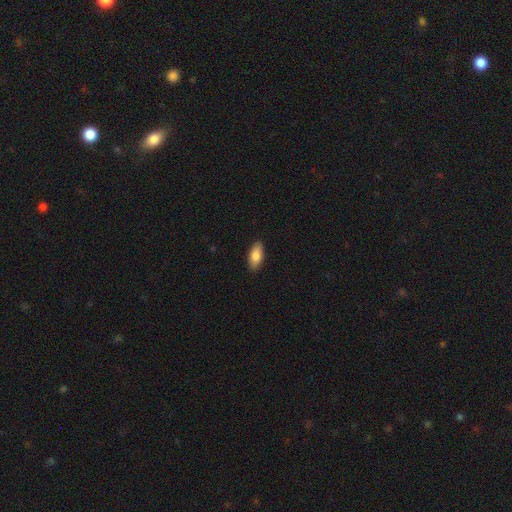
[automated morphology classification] A smooth galaxy with no disk features (85%) that is in between round and cigar-shaped (87%). Merging: none (89%).